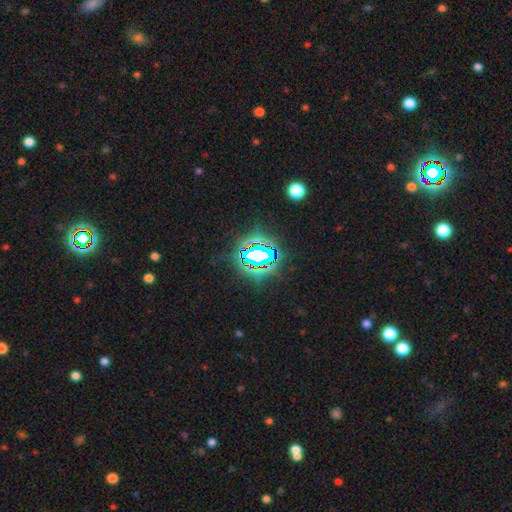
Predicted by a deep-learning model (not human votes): Smooth or featured: star or artifact — 77% (smooth — 13%)